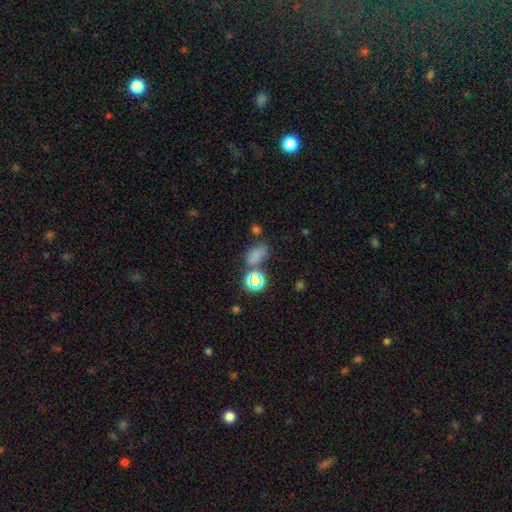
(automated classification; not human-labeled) smooth-or-featured: smooth: 63% | star or artifact: 28% | featured or disk: 9%
  how-rounded: in between: 80% | round: 18% | cigar-shaped: 2%
  merging: none: 51% | minor disturbance: 20% | merger: 18% | major disturbance: 11%